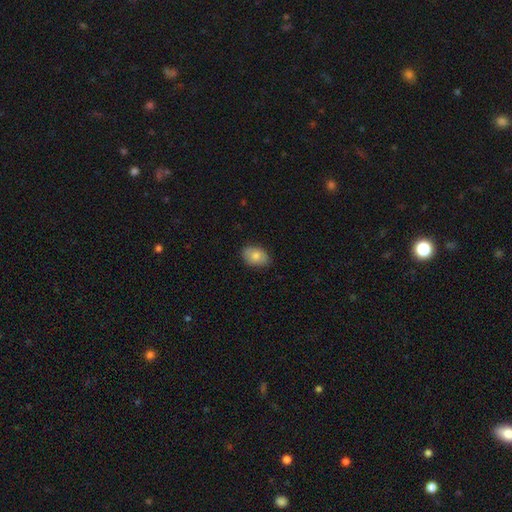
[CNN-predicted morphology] Overall: smooth (81%). How rounded: in between (80%). Merging: none (81%).